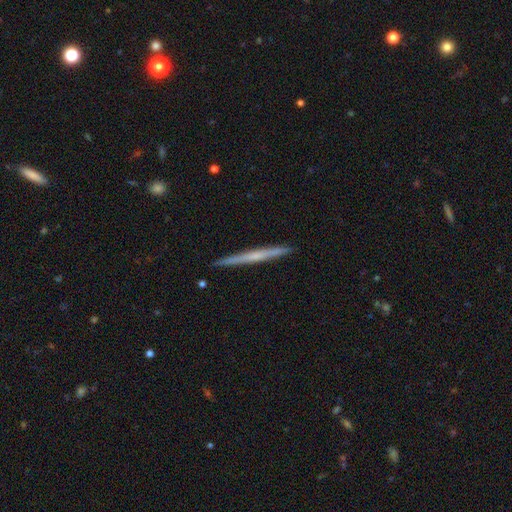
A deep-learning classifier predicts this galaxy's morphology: Smooth or featured? featured or disk (55%)
Edge-on disk? yes (98%)
Edge-on bulge? none (72%)
Merging? none (92%)